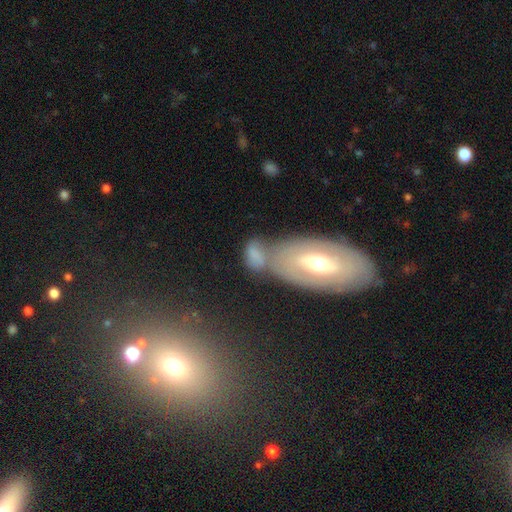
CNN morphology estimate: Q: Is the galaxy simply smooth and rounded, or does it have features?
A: smooth — 62%.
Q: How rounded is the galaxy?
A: in between — 83%.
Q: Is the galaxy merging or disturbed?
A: merger — 44%.